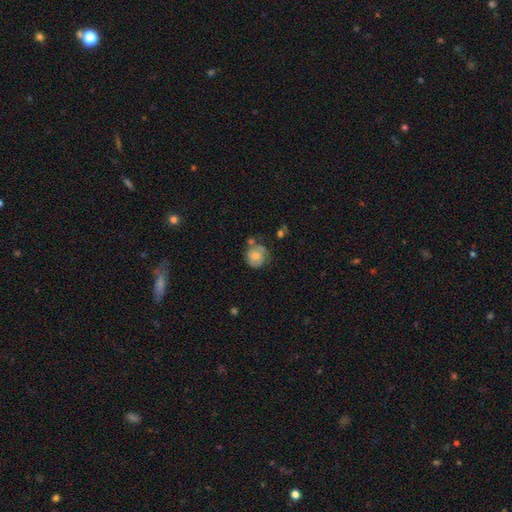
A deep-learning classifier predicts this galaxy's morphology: This is likely a smooth galaxy (61%). How rounded: clearly round (84%). Merging: possibly none (54%).